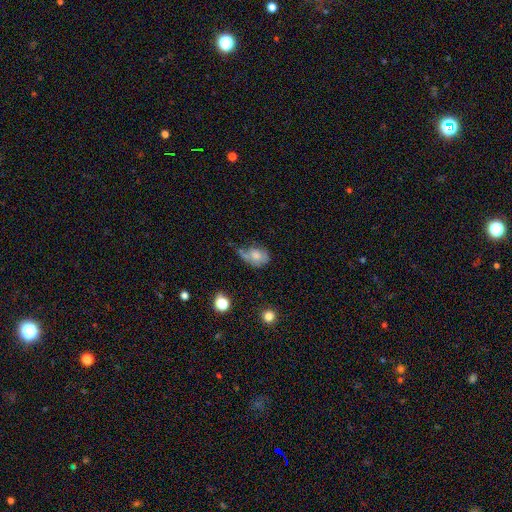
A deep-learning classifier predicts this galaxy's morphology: This appears to be a smooth galaxy with no disk features (65%) that is in between round and cigar-shaped (69%). Merging: minor disturbance (33%).